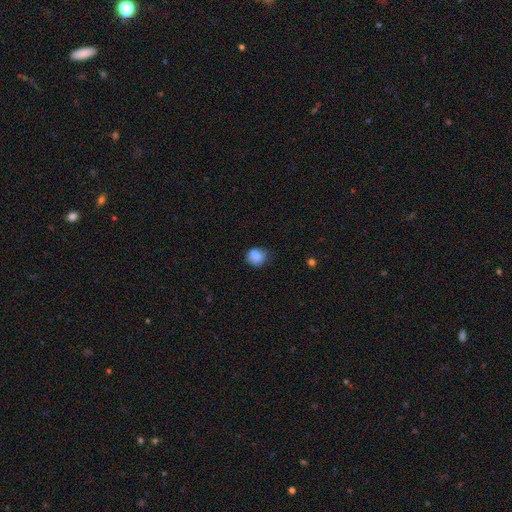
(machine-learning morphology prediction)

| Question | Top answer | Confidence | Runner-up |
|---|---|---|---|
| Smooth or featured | smooth | 81% | star or artifact (10%) |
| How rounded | round | 67% | in between (32%) |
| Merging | none | 54% | minor disturbance (28%) |